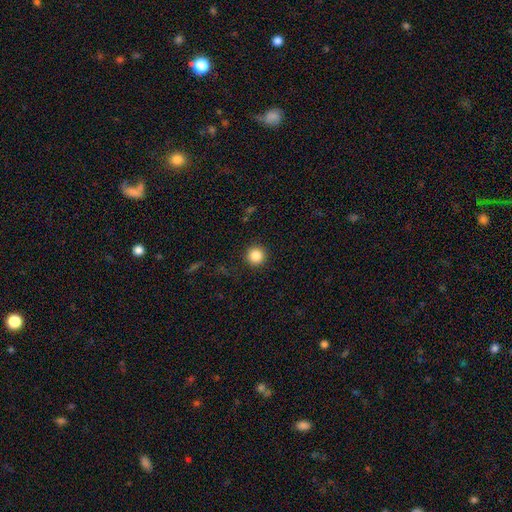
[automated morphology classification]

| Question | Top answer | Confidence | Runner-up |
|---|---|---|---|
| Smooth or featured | smooth | 85% | star or artifact (10%) |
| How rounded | round | 95% | in between (4%) |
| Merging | none | 91% | minor disturbance (6%) |